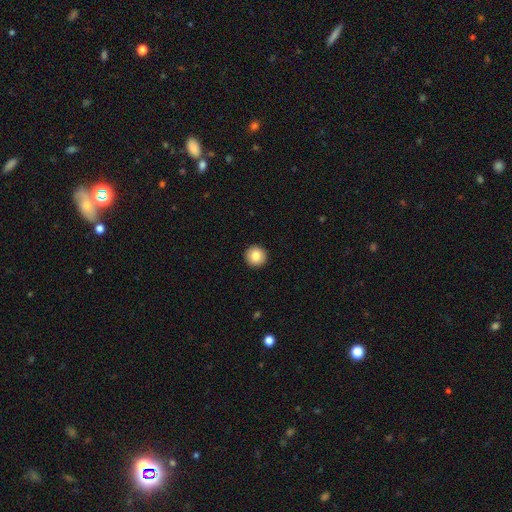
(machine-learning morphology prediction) smooth 84%, star or artifact 8%, featured or disk 8%. Down the decision tree: how rounded — round (96%); merging — none (93%).